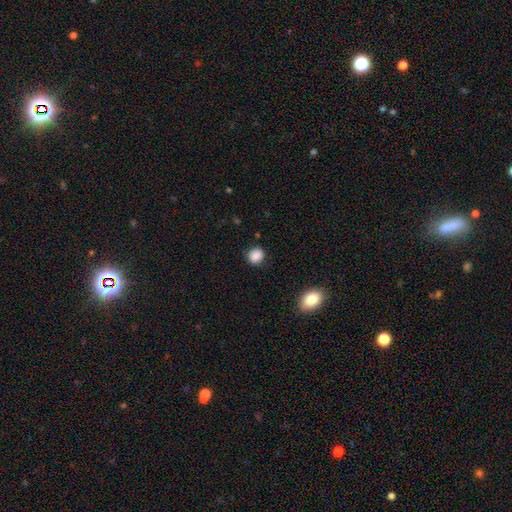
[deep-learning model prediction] Q: Smooth or featured?
A: smooth (87%); runner-up: star or artifact (9%)
Q: How rounded?
A: round (73%); runner-up: in between (26%)
Q: Merging?
A: none (85%); runner-up: minor disturbance (11%)